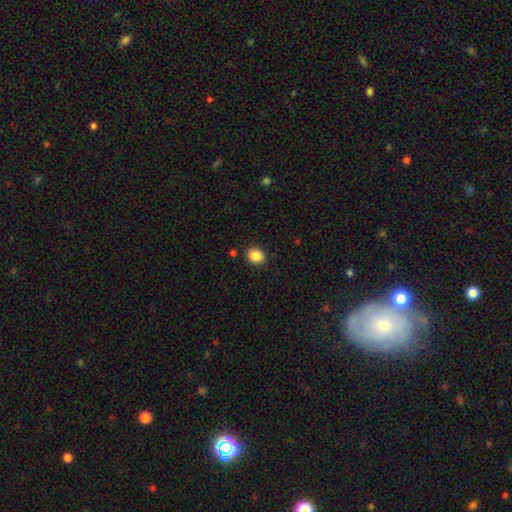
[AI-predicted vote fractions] smooth 87%, star or artifact 9%, featured or disk 4%. Down the decision tree: how rounded — round (56%); merging — none (87%).